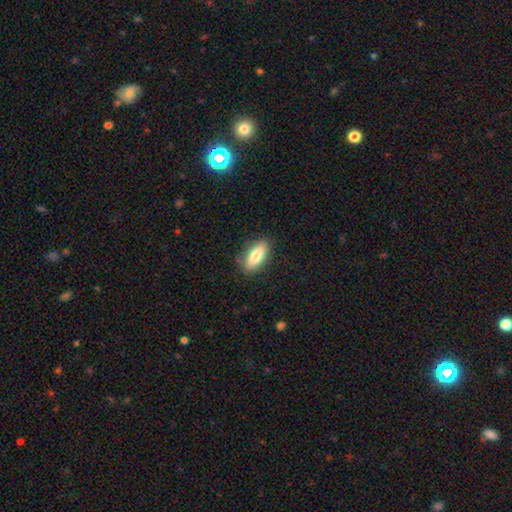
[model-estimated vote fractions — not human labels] Overall: smooth (77%). How rounded: in between (75%). Merging: none (84%).